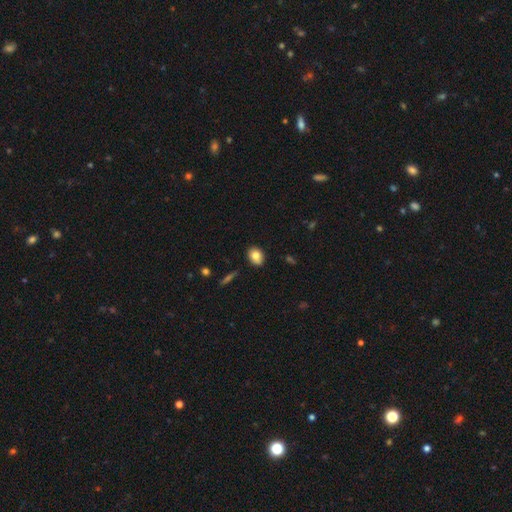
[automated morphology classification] A smooth galaxy with no disk features (80%) that is in between round and cigar-shaped (56%). Merging: none (83%).